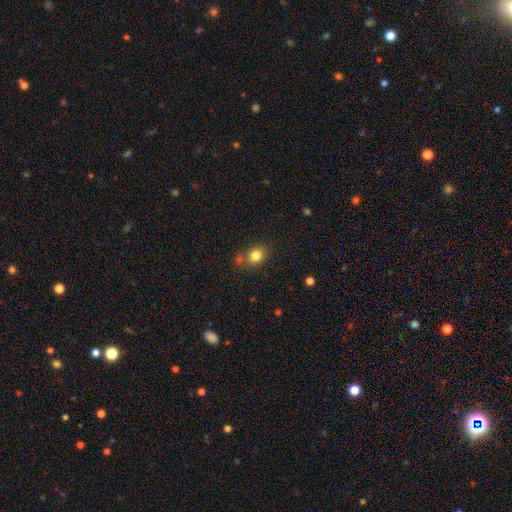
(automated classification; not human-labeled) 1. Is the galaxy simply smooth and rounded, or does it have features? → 82% smooth, 11% star or artifact, 7% featured or disk.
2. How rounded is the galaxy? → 55% round, 44% in between, 1% cigar-shaped.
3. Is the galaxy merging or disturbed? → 68% none, 16% merger, 13% minor disturbance, 4% major disturbance.